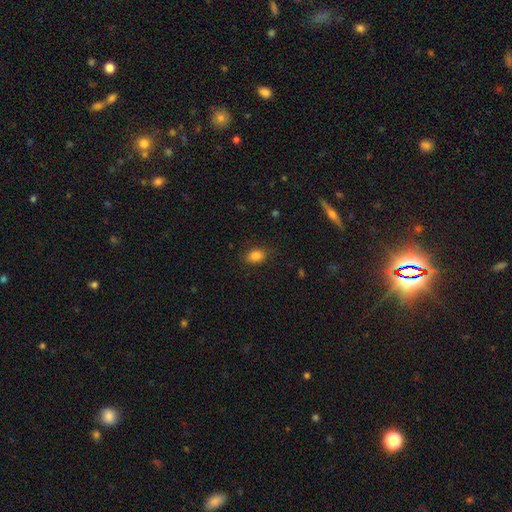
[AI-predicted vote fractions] This is clearly a smooth galaxy (84%). How rounded: likely in between (78%). Merging: clearly none (81%).